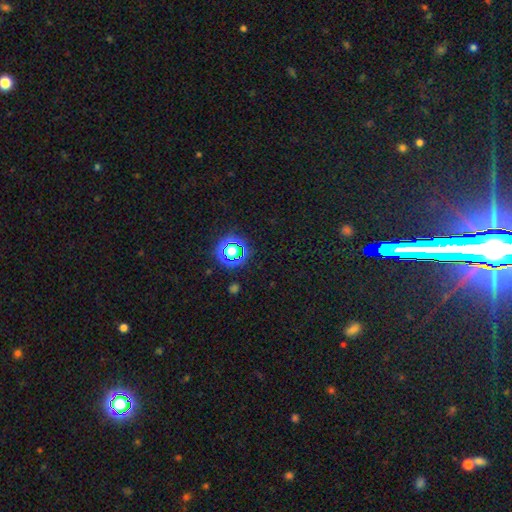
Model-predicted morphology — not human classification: type=star or artifact (77%).